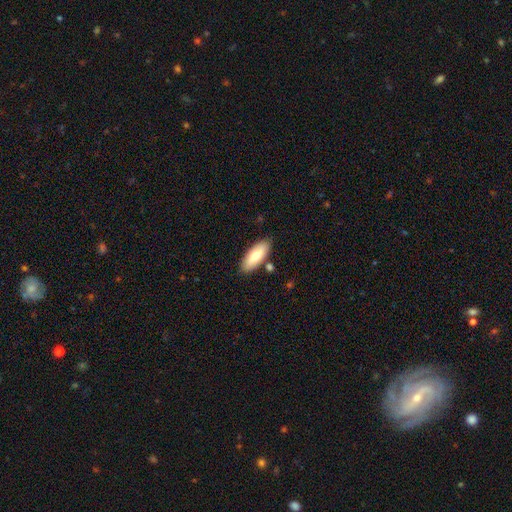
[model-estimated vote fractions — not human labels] Smooth or featured?
  - smooth: 72% *
  - featured or disk: 22%
  - star or artifact: 6%
How rounded?
  - in between: 80% *
  - cigar-shaped: 18%
  - round: 2%
Merging?
  - none: 82% *
  - minor disturbance: 11%
  - merger: 5%
  - major disturbance: 2%